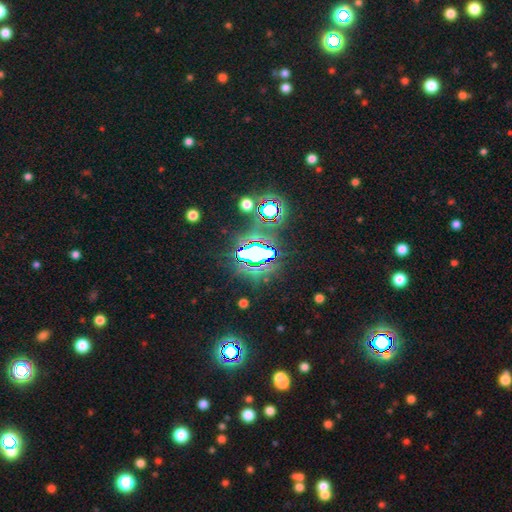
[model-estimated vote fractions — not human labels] Smooth or featured?
  - star or artifact: 71% *
  - smooth: 17%
  - featured or disk: 11%